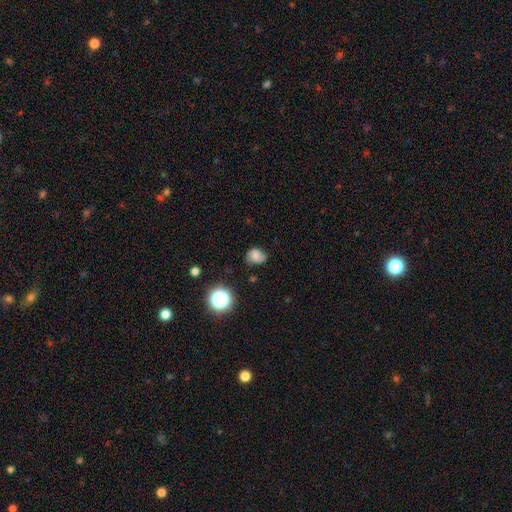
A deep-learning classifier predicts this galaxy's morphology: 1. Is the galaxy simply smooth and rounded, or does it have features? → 61% smooth, 24% featured or disk, 14% star or artifact.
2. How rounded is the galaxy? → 51% in between, 48% round, 1% cigar-shaped.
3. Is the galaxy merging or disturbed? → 60% none, 28% minor disturbance, 9% major disturbance, 3% merger.